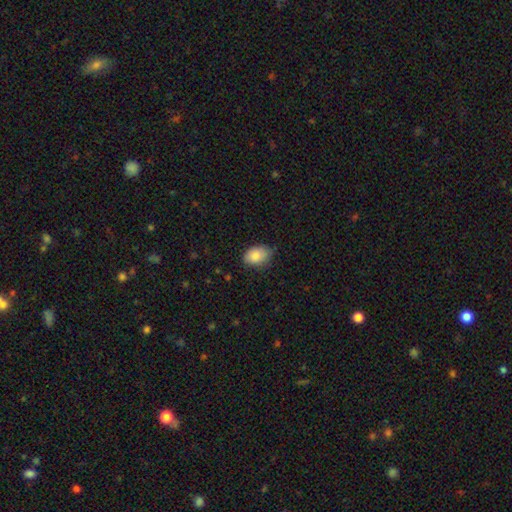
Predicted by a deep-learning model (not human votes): smooth 86%, star or artifact 7%, featured or disk 7%. Down the decision tree: how rounded — in between (85%); merging — none (64%).